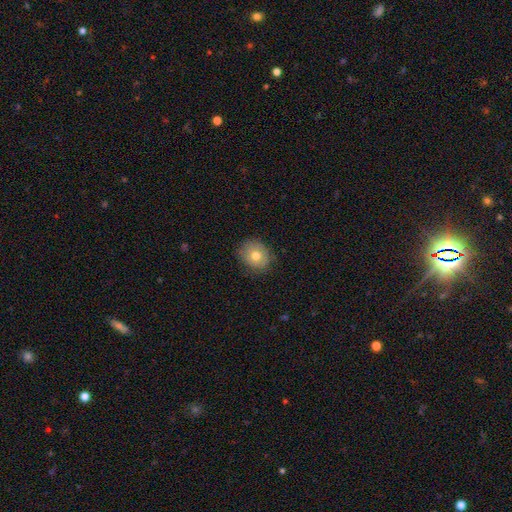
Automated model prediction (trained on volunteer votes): smooth 74%, featured or disk 17%, star or artifact 9%. Down the decision tree: how rounded — round (72%); merging — none (81%).